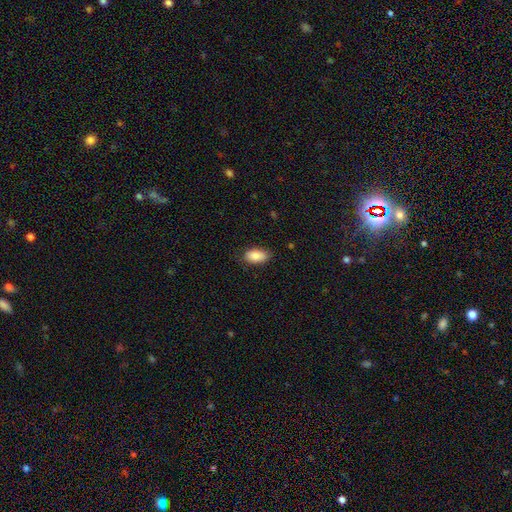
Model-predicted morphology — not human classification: This appears to be a smooth galaxy with no disk features (86%) that is in between round and cigar-shaped (93%). Merging: none (80%).